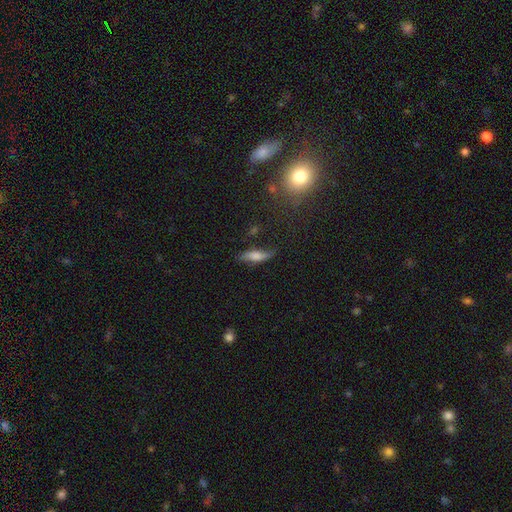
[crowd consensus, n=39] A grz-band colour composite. It shows a smooth galaxy with no disk features (72%) that is in between round and cigar-shaped (50%). Merging: none (53%).